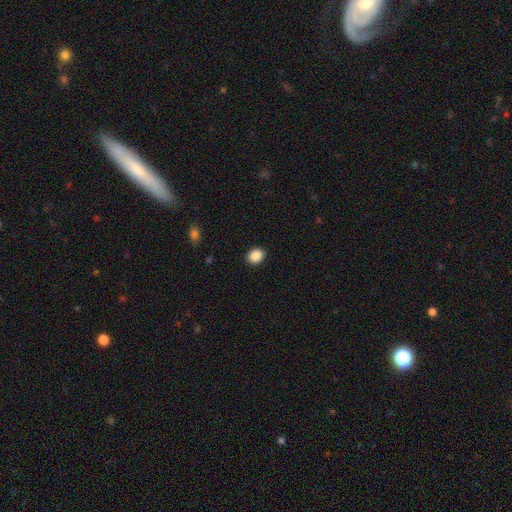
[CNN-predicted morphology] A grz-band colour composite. It shows a smooth galaxy with no disk features (89%) that is round (58%). Merging: none (91%).